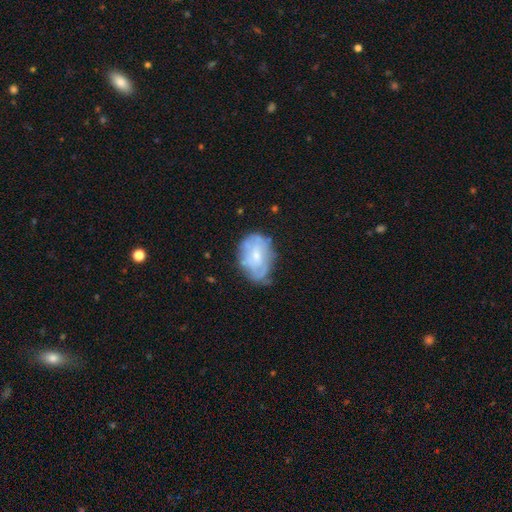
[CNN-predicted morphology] A featured or disk galaxy (59%) with no bar (65%), spiral arms (56%) and a small central bulge (55%).

Vote fractions:
- Smooth or featured? featured or disk: 59% / smooth: 34% / star or artifact: 7%
- Edge-on disk? no: 96% / yes: 4%
- Bar? no: 65% / weak: 30% / strong: 5%
- Spiral arms? yes: 56% / no: 44%
- Bulge size? small: 55% / moderate: 35% / none: 6% / large: 2% / dominant: 1%
- Merging? none: 56% / minor disturbance: 30% / major disturbance: 11% / merger: 3%